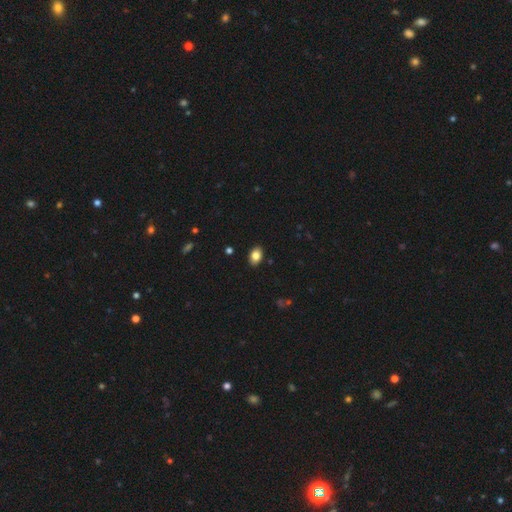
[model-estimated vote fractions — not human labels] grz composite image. It shows a smooth galaxy with no disk features (84%) that is in between round and cigar-shaped (82%). Merging: none (89%).